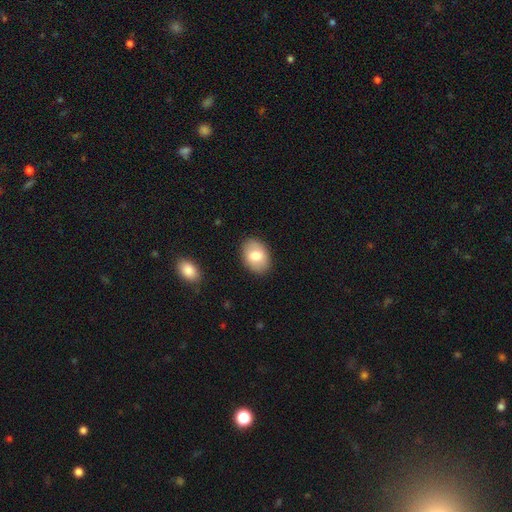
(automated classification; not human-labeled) Smooth or featured?
  - smooth: 77% *
  - featured or disk: 17%
  - star or artifact: 6%
How rounded?
  - in between: 81% *
  - round: 18%
  - cigar-shaped: 1%
Merging?
  - none: 88% *
  - minor disturbance: 9%
  - major disturbance: 2%
  - merger: 1%